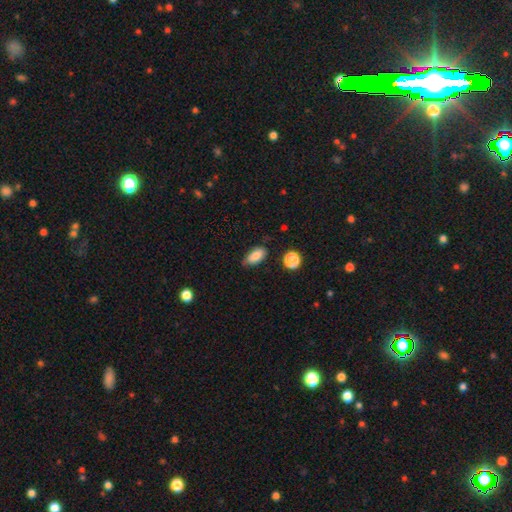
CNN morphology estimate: The model was most divided on "merging": none: 72%, minor disturbance: 23%, major disturbance: 4%, merger: 2%. More confident: how rounded — in between (89%); smooth or featured — smooth (83%).